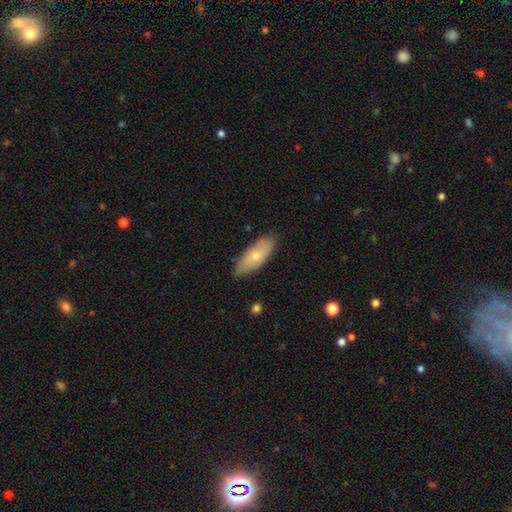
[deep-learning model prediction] This appears to be a smooth galaxy with no disk features (64%) that is in between round and cigar-shaped (74%). Merging: none (81%).